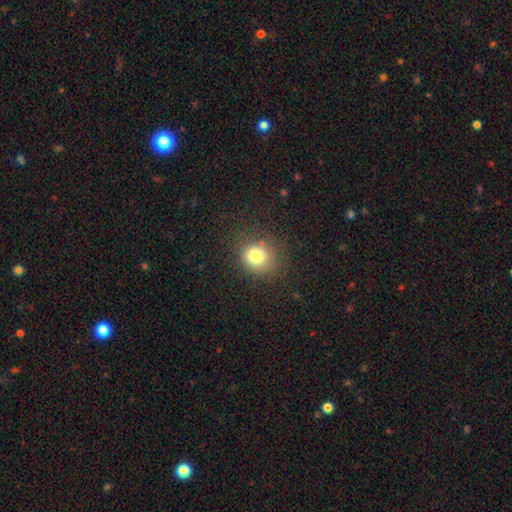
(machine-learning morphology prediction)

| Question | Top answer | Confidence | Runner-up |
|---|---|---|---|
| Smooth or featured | smooth | 79% | star or artifact (13%) |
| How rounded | round | 77% | in between (22%) |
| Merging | none | 77% | minor disturbance (14%) |